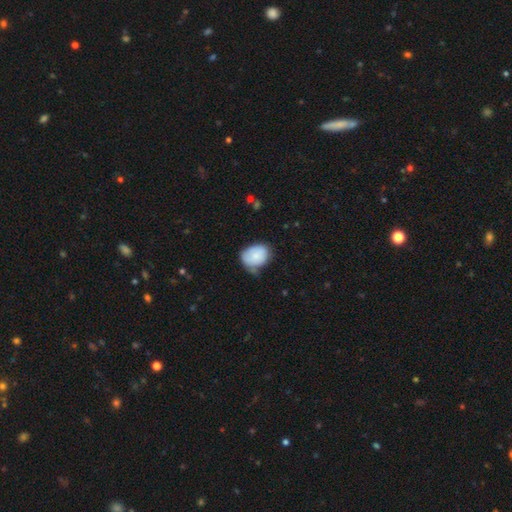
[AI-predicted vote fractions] The model was most divided on "merging": none: 51%, minor disturbance: 36%, major disturbance: 8%, merger: 5%. More confident: smooth or featured — smooth (80%); how rounded — in between (66%).